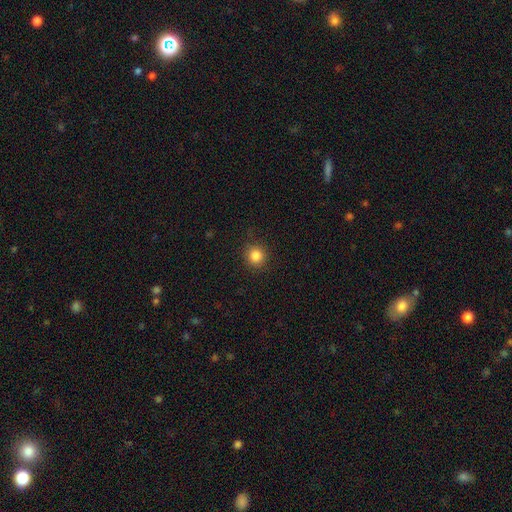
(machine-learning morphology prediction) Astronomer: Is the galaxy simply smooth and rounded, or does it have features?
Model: smooth — 84%.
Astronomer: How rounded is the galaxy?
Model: round — 93%.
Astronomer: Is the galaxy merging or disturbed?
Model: none — 89%.